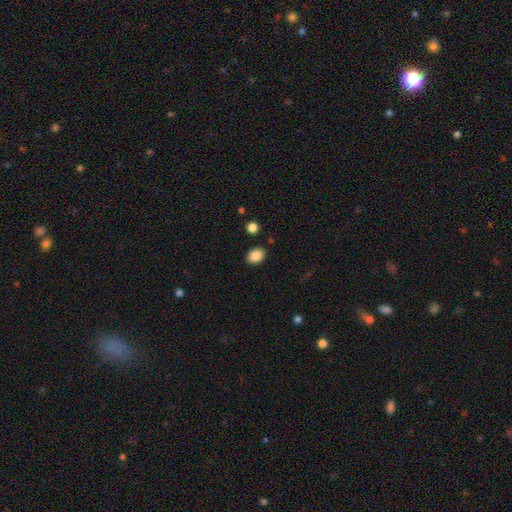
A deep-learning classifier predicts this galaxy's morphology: smooth_or_featured: smooth (p=0.88) [alt: star or artifact p=0.08]
how_rounded: in between (p=0.74) [alt: round p=0.25]
merging: none (p=0.87) [alt: minor disturbance p=0.08]